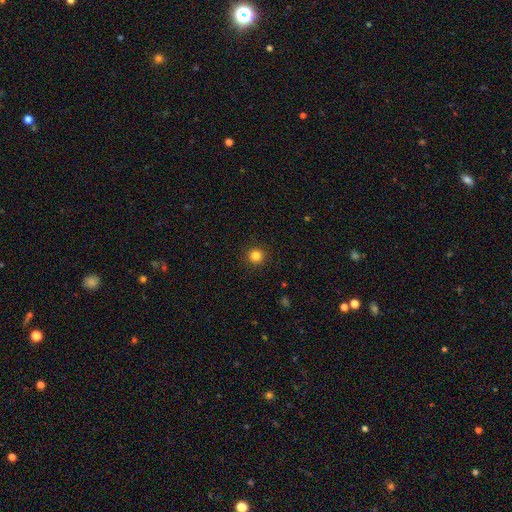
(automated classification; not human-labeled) The model was most divided on "smooth or featured": smooth: 83%, star or artifact: 12%, featured or disk: 4%. More confident: how rounded — round (94%); merging — none (92%).